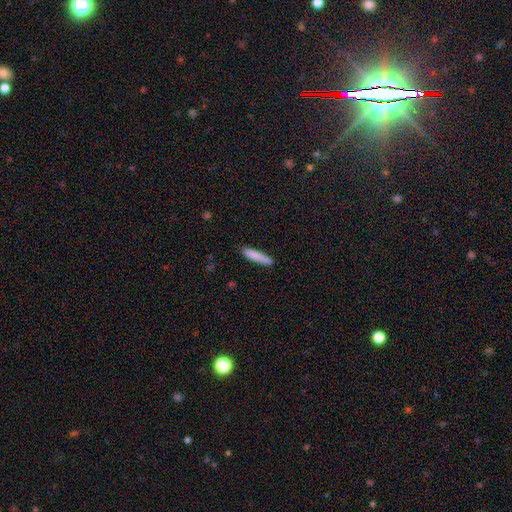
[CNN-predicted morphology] This appears to be a smooth galaxy with no disk features (83%) that is cigar-shaped (88%). Merging: none (82%).